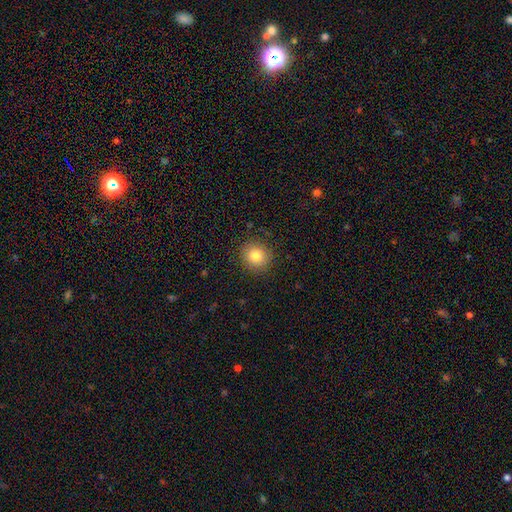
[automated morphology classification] A smooth galaxy with no disk features (80%) that is round (89%). Merging: none (89%).